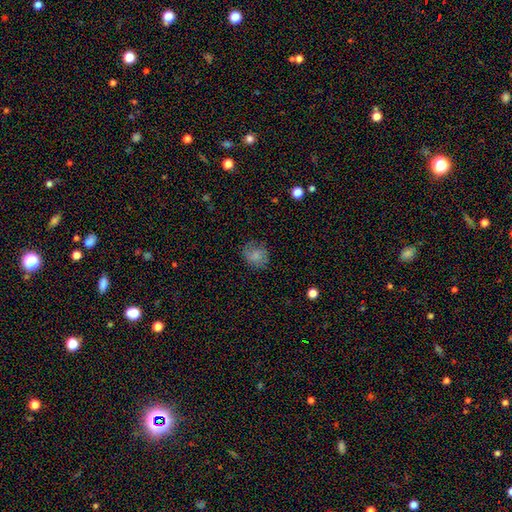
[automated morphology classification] smooth 80%, featured or disk 10%, star or artifact 10%. Down the decision tree: how rounded — round (70%); merging — none (75%).